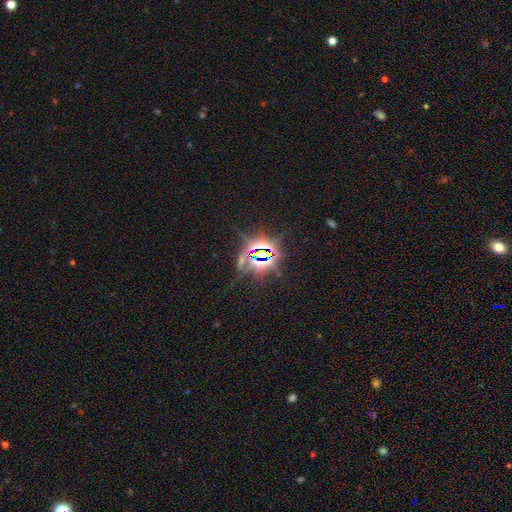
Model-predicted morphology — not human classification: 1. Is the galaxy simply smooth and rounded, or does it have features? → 85% star or artifact, 8% smooth, 7% featured or disk.